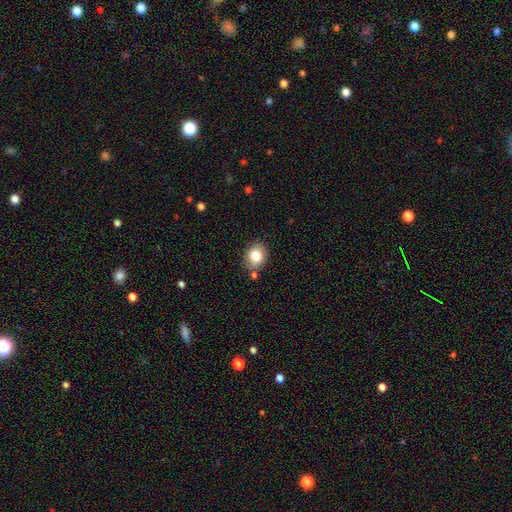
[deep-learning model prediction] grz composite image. It shows a smooth galaxy with no disk features (81%) that is round (60%). Merging: none (80%).